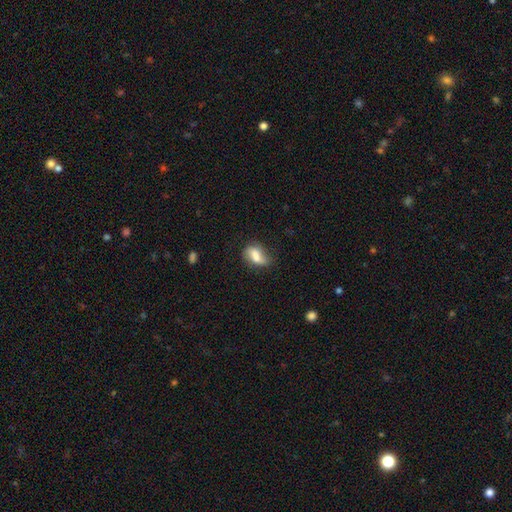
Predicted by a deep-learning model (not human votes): Morphology: type=smooth (62%); roundness=in between (81%); merging=none (46%).